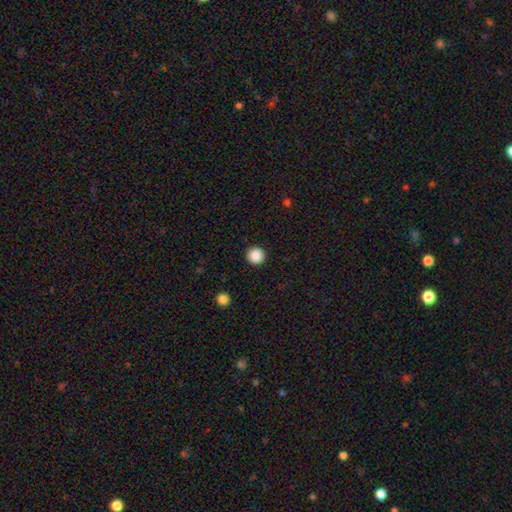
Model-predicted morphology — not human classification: type=smooth (88%); roundness=round (96%); merging=none (93%).